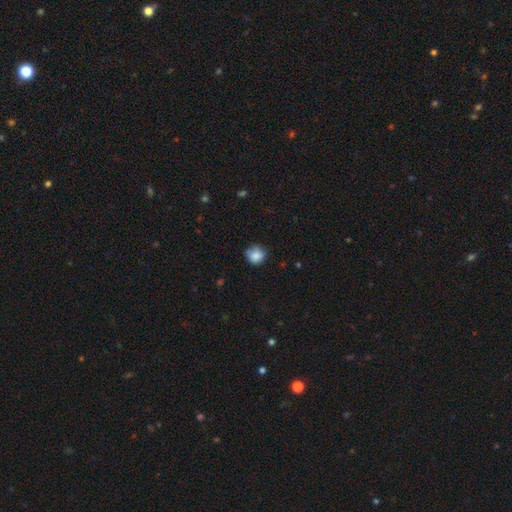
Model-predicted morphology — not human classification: Smooth or featured: smooth — 83% (star or artifact — 9%)
How rounded: round — 86% (in between — 13%)
Merging: none — 68% (minor disturbance — 25%)